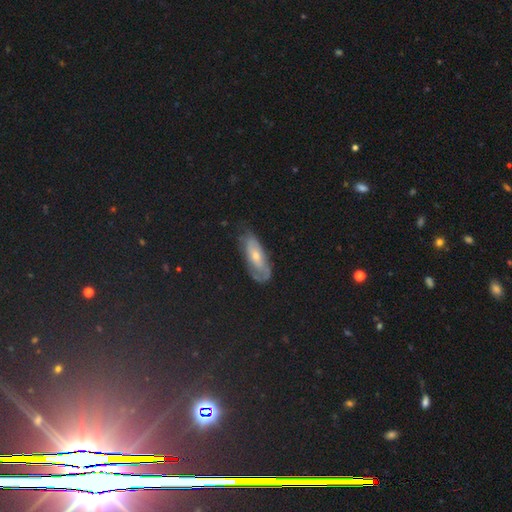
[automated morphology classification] The model was most divided on "smooth or featured": featured or disk: 50%, smooth: 37%, star or artifact: 13%. More confident: edge-on disk — no (79%); merging — none (59%).